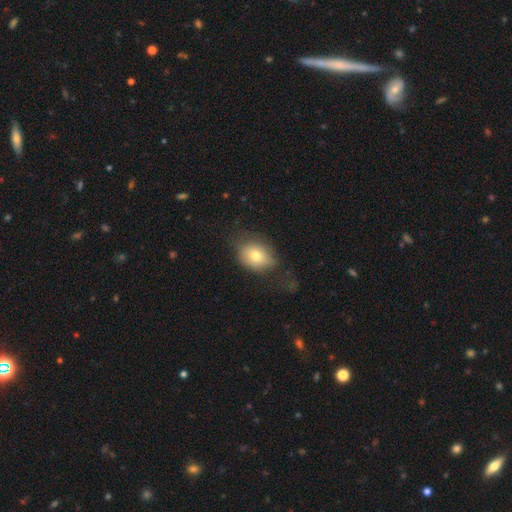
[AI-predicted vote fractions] Overall: smooth (74%). How rounded: in between (62%; round 37%). Merging: none (57%; minor disturbance 27%).